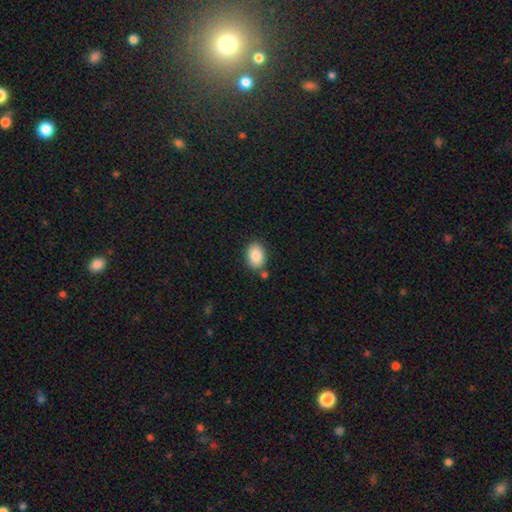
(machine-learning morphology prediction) Smooth or featured? smooth (87%)
How rounded? in between (80%)
Merging? none (80%)